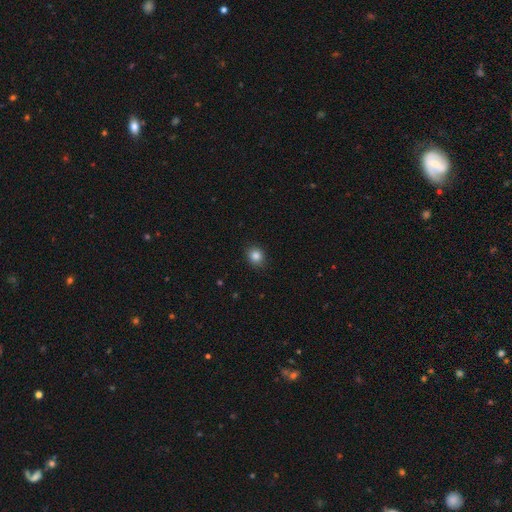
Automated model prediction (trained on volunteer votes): Smooth or featured? Predicted: smooth (p=0.85). How rounded? Predicted: round (p=0.73). Merging? Predicted: none (p=0.87).